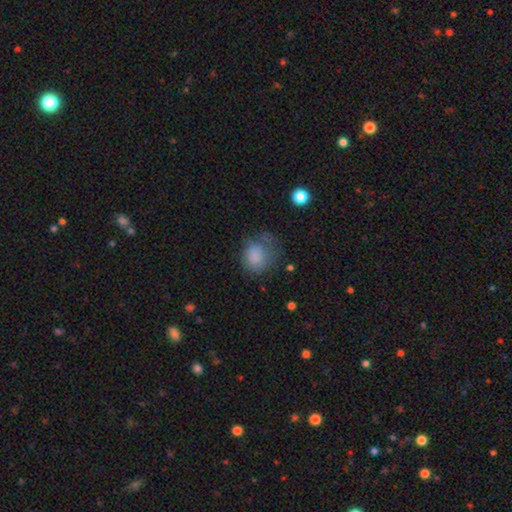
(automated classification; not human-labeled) A smooth galaxy with no disk features (75%) that is round (61%).

Vote fractions:
- Smooth or featured? smooth: 75% / featured or disk: 15% / star or artifact: 10%
- How rounded? round: 61% / in between: 38% / cigar-shaped: 1%
- Merging? none: 38% / major disturbance: 31% / minor disturbance: 28% / merger: 3%